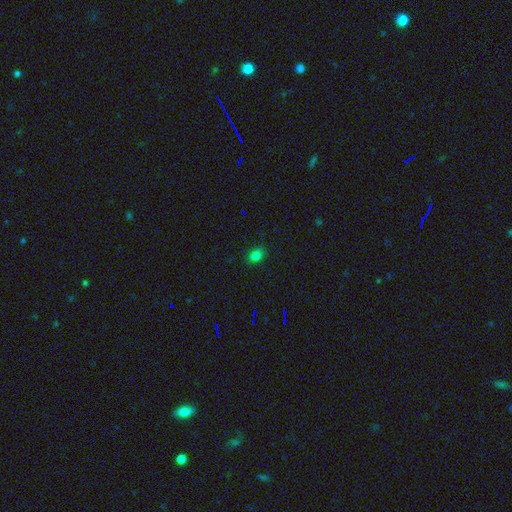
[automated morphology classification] type=smooth (77%); roundness=in between (67%); merging=none (84%).